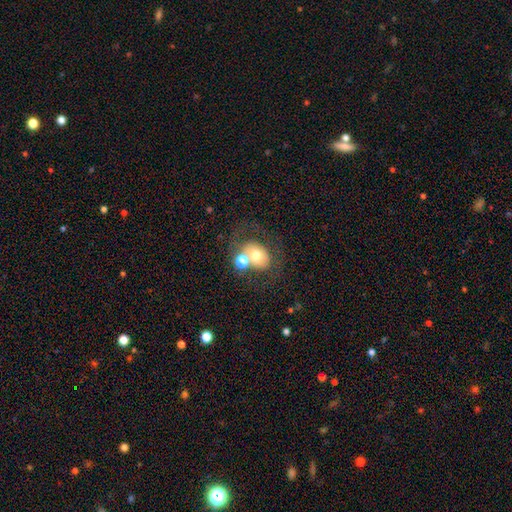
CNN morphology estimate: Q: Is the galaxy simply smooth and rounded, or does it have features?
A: smooth — 57%.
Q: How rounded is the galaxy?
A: round — 55%.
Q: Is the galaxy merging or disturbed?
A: none — 42%.